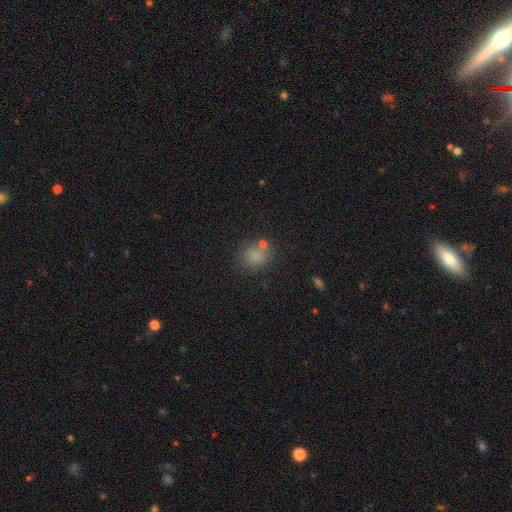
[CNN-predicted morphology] This appears to be a smooth galaxy with no disk features (79%) that is round (73%). Merging: none (71%).